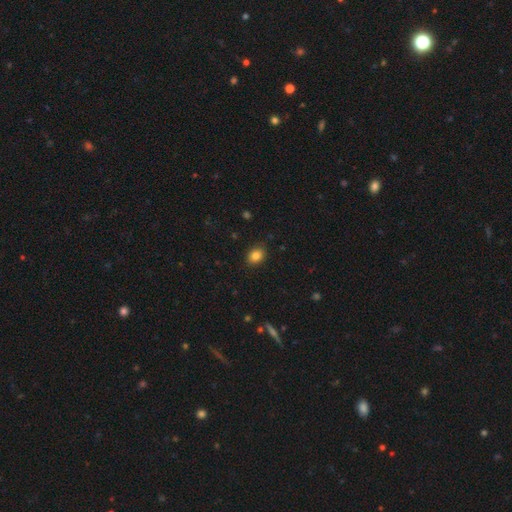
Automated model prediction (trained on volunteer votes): Smooth or featured? smooth (85%)
How rounded? in between (59%)
Merging? none (87%)